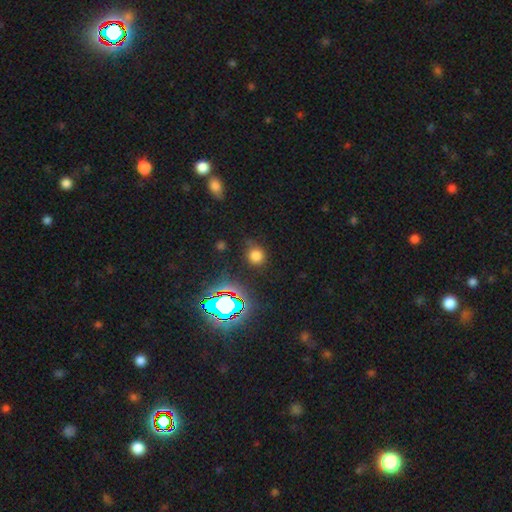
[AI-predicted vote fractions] Smooth or featured? smooth (71%)
How rounded? round (82%)
Merging? none (76%)